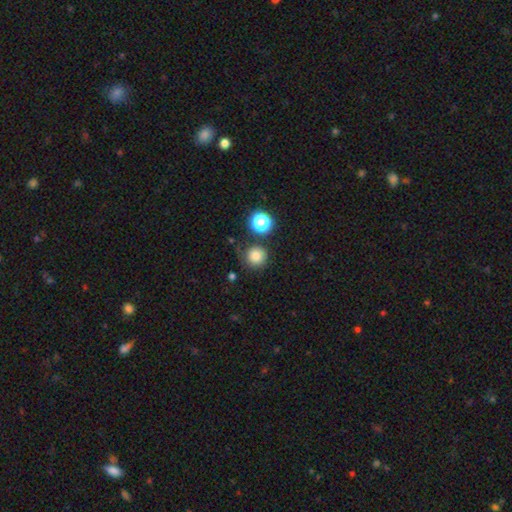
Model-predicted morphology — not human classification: smooth-or-featured: smooth: 80% | star or artifact: 14% | featured or disk: 6%
  how-rounded: round: 94% | in between: 5% | cigar-shaped: 1%
  merging: none: 75% | minor disturbance: 13% | merger: 6% | major disturbance: 5%